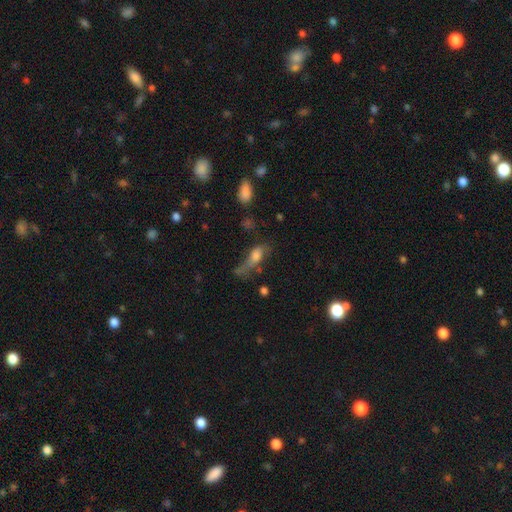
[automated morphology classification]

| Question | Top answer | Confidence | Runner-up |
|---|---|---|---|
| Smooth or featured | smooth | 58% | featured or disk (29%) |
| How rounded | in between | 60% | cigar-shaped (32%) |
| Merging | major disturbance | 38% | none (29%) |